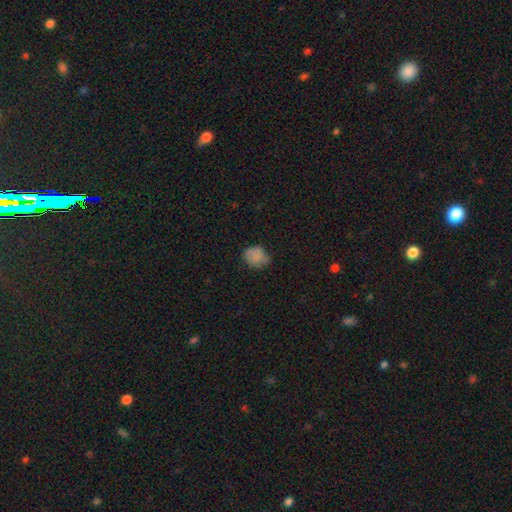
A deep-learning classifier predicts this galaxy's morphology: Q: Smooth or featured?
A: smooth (79%); runner-up: featured or disk (10%)
Q: How rounded?
A: round (65%); runner-up: in between (35%)
Q: Merging?
A: none (61%); runner-up: minor disturbance (30%)